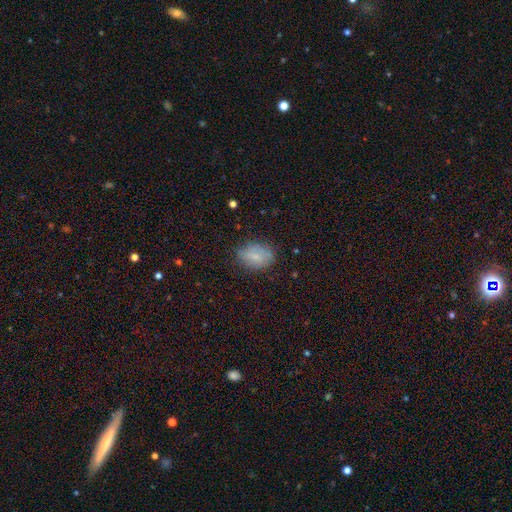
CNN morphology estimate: Smooth or featured? smooth (68%)
How rounded? in between (73%)
Merging? none (70%)